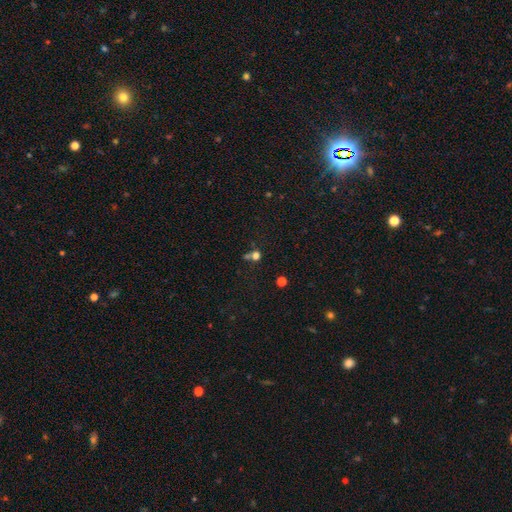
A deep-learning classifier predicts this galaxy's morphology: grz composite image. It shows a smooth galaxy with no disk features (66%) that is round (84%). Merging: none (49%).